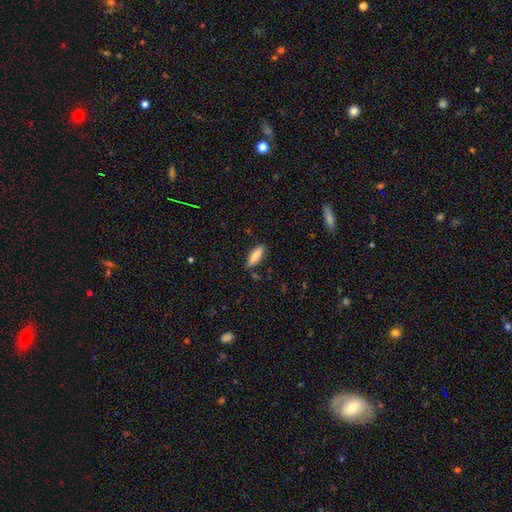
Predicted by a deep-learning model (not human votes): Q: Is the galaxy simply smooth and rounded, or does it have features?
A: smooth — 81%.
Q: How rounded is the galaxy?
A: in between — 53%.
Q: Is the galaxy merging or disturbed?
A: none — 83%.